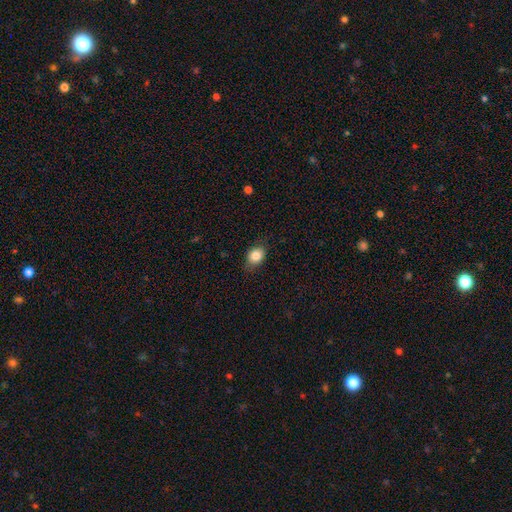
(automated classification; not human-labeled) Smooth or featured?
  - smooth: 84% *
  - star or artifact: 9%
  - featured or disk: 7%
How rounded?
  - in between: 62% *
  - round: 36%
  - cigar-shaped: 1%
Merging?
  - none: 79% *
  - minor disturbance: 16%
  - major disturbance: 4%
  - merger: 1%